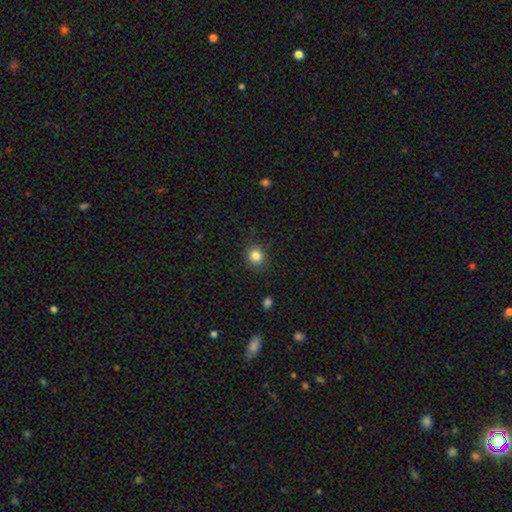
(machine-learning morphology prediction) A smooth galaxy with no disk features (83%) that is round (83%). Merging: none (89%).